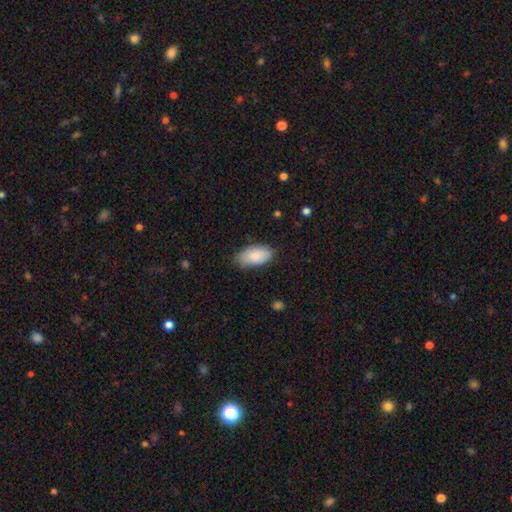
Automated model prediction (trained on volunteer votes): Smooth or featured: smooth — 86% (featured or disk — 8%)
How rounded: in between — 95% (round — 3%)
Merging: none — 76% (minor disturbance — 19%)